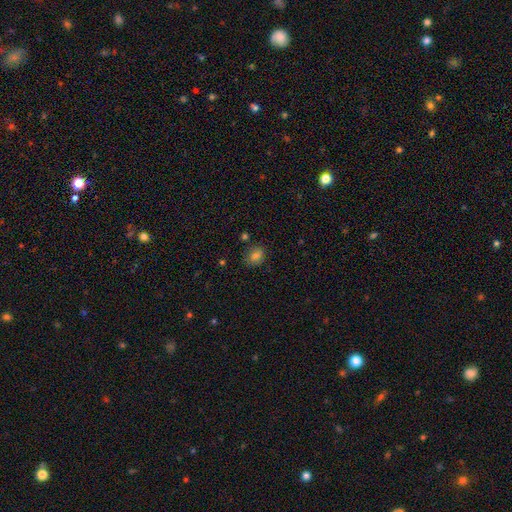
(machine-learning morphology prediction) A smooth galaxy with no disk features (79%) that is in between round and cigar-shaped (51%). Merging: none (78%).